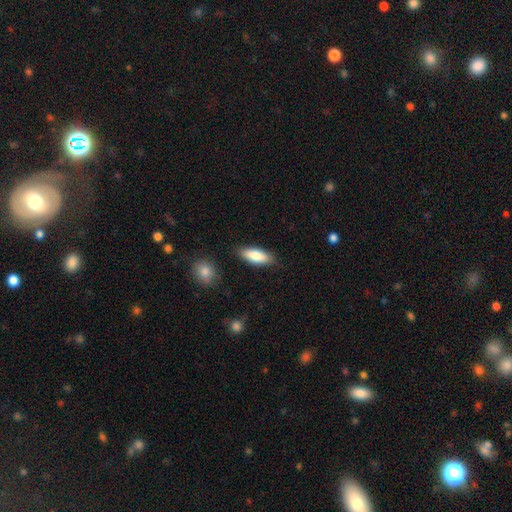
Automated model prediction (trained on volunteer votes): A smooth galaxy with no disk features (83%) that is in between round and cigar-shaped (74%).

Vote fractions:
- Smooth or featured? smooth: 83% / featured or disk: 12% / star or artifact: 6%
- How rounded? in between: 74% / cigar-shaped: 24% / round: 2%
- Merging? none: 84% / minor disturbance: 11% / major disturbance: 2% / merger: 2%